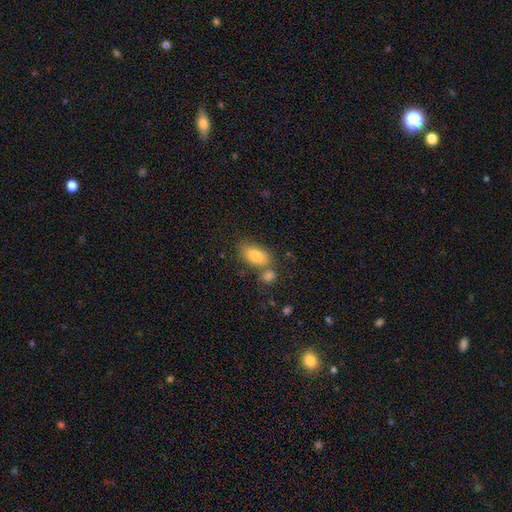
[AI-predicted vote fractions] smooth-or-featured: smooth: 83% | featured or disk: 9% | star or artifact: 8%
  how-rounded: in between: 90% | round: 6% | cigar-shaped: 3%
  merging: none: 56% | merger: 25% | minor disturbance: 14% | major disturbance: 5%